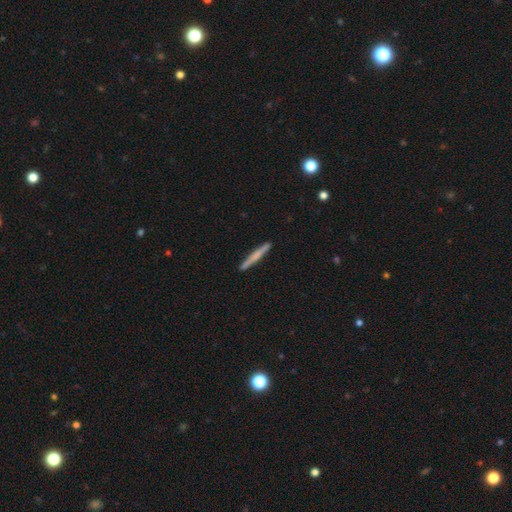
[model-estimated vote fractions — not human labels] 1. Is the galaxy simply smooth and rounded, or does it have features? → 59% smooth, 36% featured or disk, 5% star or artifact.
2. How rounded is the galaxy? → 97% cigar-shaped, 2% in between, 1% round.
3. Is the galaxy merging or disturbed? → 91% none, 6% minor disturbance, 1% major disturbance, 1% merger.